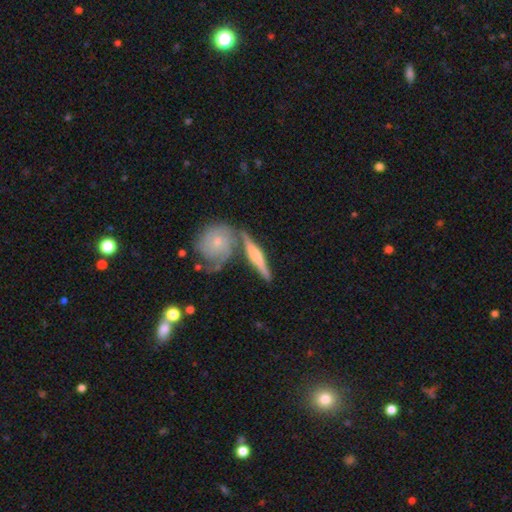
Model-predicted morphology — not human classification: This appears to be a featured or disk galaxy (61%) viewed edge-on (85%) with a rounded central bulge (59%). Merging: none (60%).